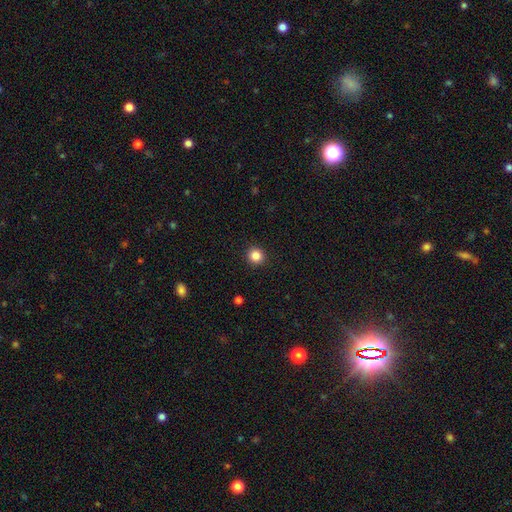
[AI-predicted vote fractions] Morphology: type=smooth (85%); roundness=round (92%); merging=none (92%).